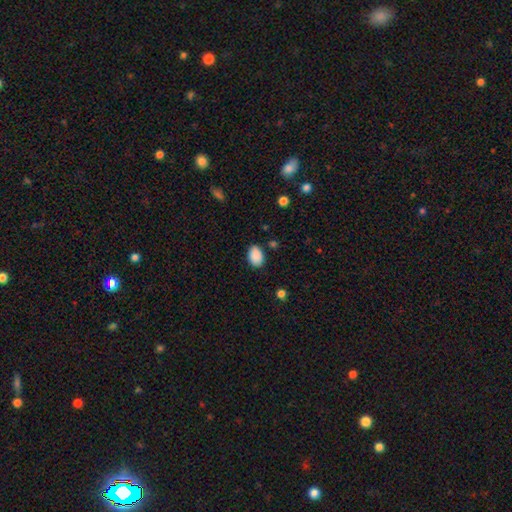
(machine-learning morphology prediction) Smooth or featured: smooth — 90% (star or artifact — 7%)
How rounded: in between — 87% (round — 12%)
Merging: none — 83% (minor disturbance — 12%)